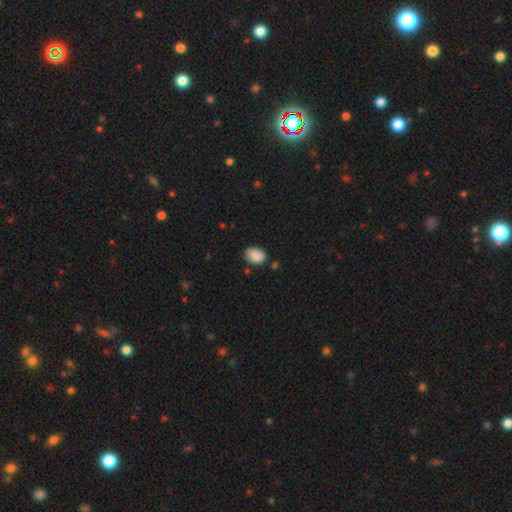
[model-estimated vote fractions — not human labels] Q: Smooth or featured?
A: smooth (88%); runner-up: star or artifact (8%)
Q: How rounded?
A: in between (78%); runner-up: round (21%)
Q: Merging?
A: none (75%); runner-up: minor disturbance (19%)